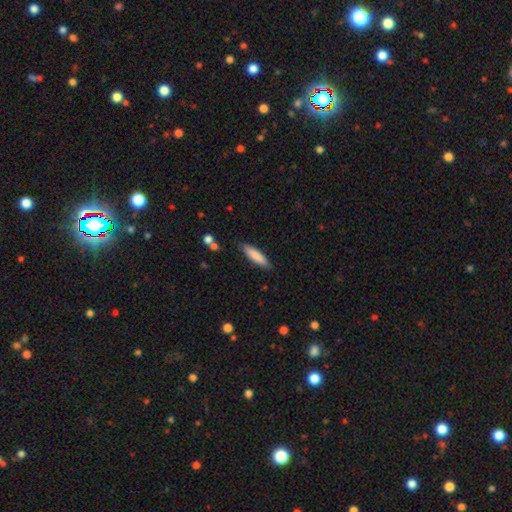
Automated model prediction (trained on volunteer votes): A smooth galaxy with no disk features (84%) that is cigar-shaped (73%).

Vote fractions:
- Smooth or featured? smooth: 84% / featured or disk: 10% / star or artifact: 6%
- How rounded? cigar-shaped: 73% / in between: 26% / round: 1%
- Merging? none: 87% / minor disturbance: 10% / major disturbance: 2% / merger: 2%